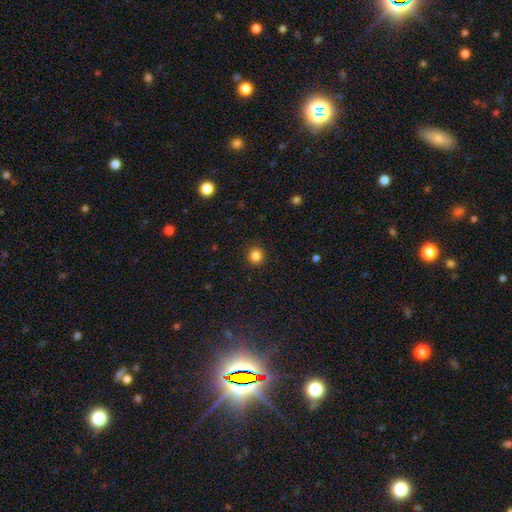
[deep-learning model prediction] Overall: smooth (85%). How rounded: round (94%). Merging: none (92%).